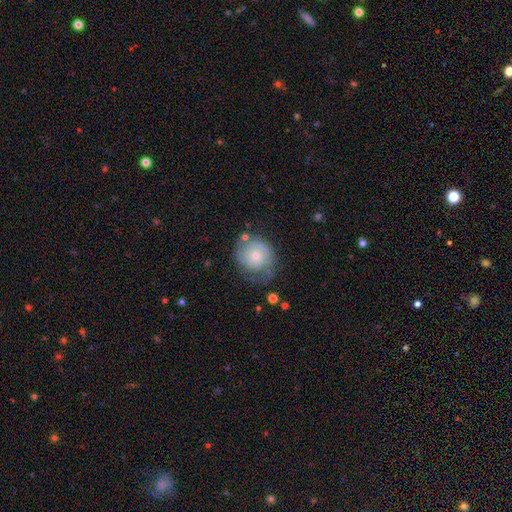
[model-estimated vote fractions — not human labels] Overall: featured or disk (70%). Edge-on disk: no (98%). Bar: no (76%). Spiral arms: yes (89%). Spiral arm count: 2 (56%; can't tell 23%). Spiral winding: tight (60%; medium 30%). Bulge size: moderate (49%; small 45%). Merging: none (58%; minor disturbance 25%).